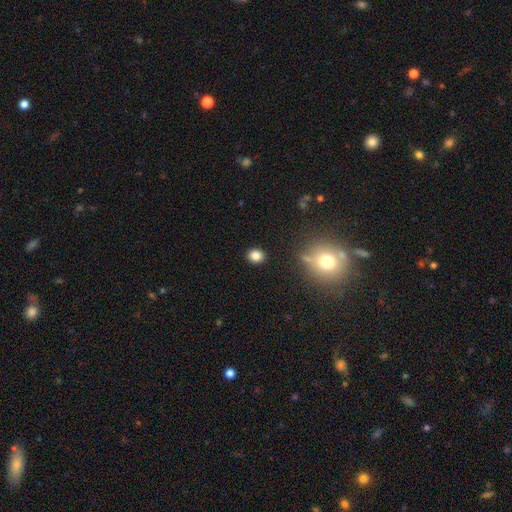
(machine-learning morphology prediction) The model was most divided on "how rounded": round: 70%, in between: 29%, cigar-shaped: 1%. More confident: merging — none (89%); smooth or featured — smooth (83%).